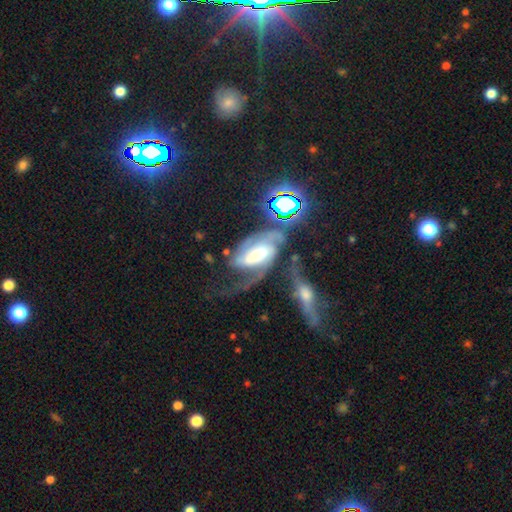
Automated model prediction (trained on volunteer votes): The model was most divided on "bar": strong: 39%, weak: 37%, no: 24%. Remaining: edge-on disk — no (94%); spiral arms — yes (94%); smooth or featured — featured or disk (81%); spiral arm count — 2 (67%); bulge size — moderate (47%); spiral winding — medium (43%); merging — major disturbance (37%).